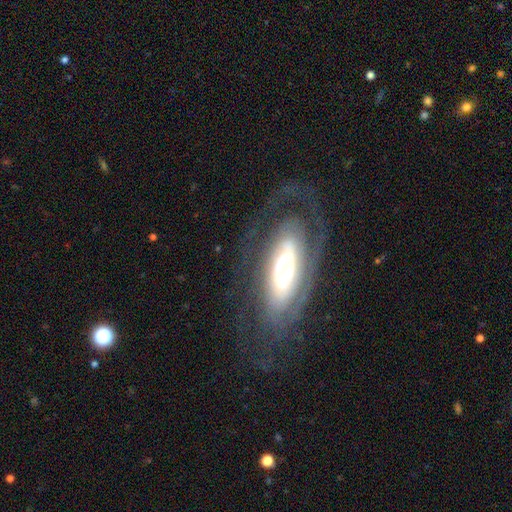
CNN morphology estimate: Overall: featured or disk (70%). Edge-on disk: no (82%). Bar: no (56%; weak 24%). Spiral arms: yes (65%; no 35%). Bulge size: large (38%; moderate 36%). Merging: none (73%).